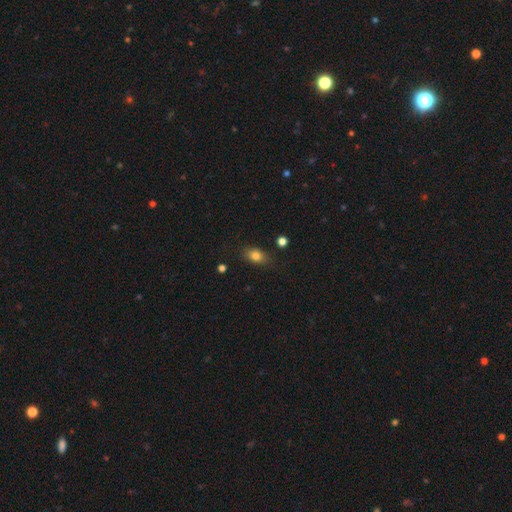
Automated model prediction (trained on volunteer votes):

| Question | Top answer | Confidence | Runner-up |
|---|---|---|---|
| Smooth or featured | smooth | 80% | star or artifact (10%) |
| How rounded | in between | 79% | round (16%) |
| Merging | none | 78% | minor disturbance (17%) |